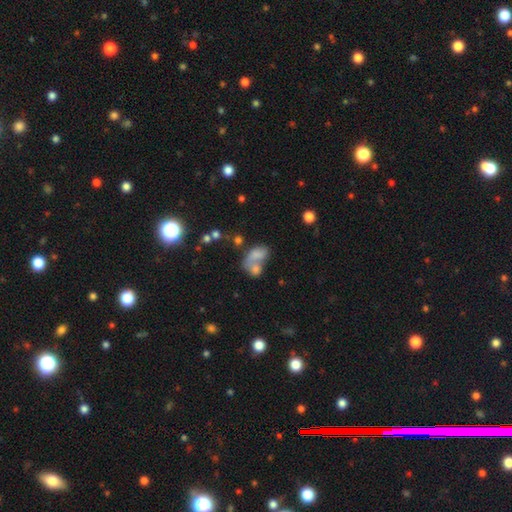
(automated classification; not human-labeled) A smooth galaxy with no disk features (67%) that is in between round and cigar-shaped (83%). Merging: merger (60%).